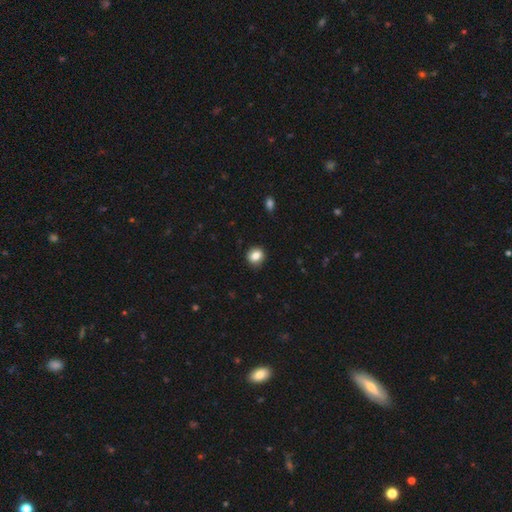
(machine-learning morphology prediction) type=smooth (82%); roundness=round (77%); merging=none (88%).